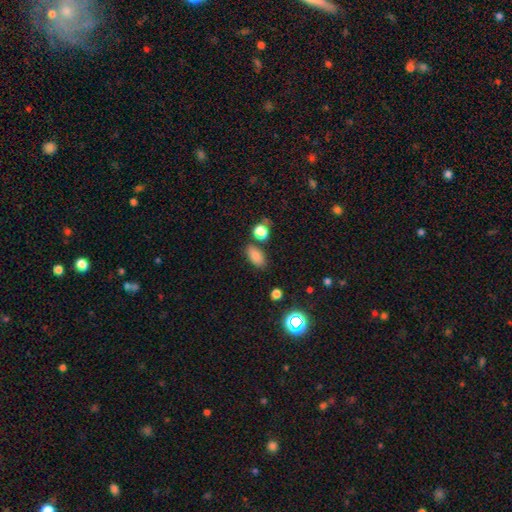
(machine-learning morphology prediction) A smooth galaxy with no disk features (80%) that is in between round and cigar-shaped (87%).

Vote fractions:
- Smooth or featured? smooth: 80% / star or artifact: 11% / featured or disk: 8%
- How rounded? in between: 87% / round: 9% / cigar-shaped: 4%
- Merging? none: 75% / minor disturbance: 13% / merger: 8% / major disturbance: 4%